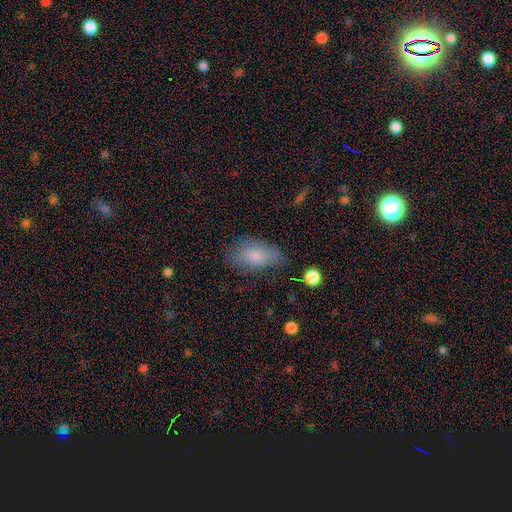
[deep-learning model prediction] Overall: smooth (78%). How rounded: in between (91%). Merging: none (63%; minor disturbance 26%).